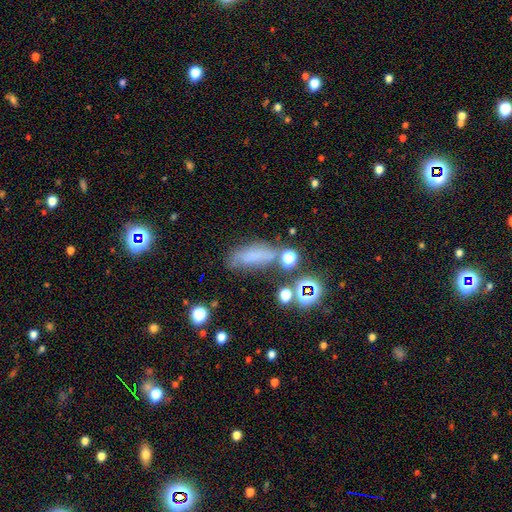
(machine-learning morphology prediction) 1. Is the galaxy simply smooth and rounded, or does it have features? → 59% smooth, 22% star or artifact, 18% featured or disk.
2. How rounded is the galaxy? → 61% in between, 32% cigar-shaped, 7% round.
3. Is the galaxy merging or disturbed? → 53% none, 23% minor disturbance, 12% merger, 12% major disturbance.